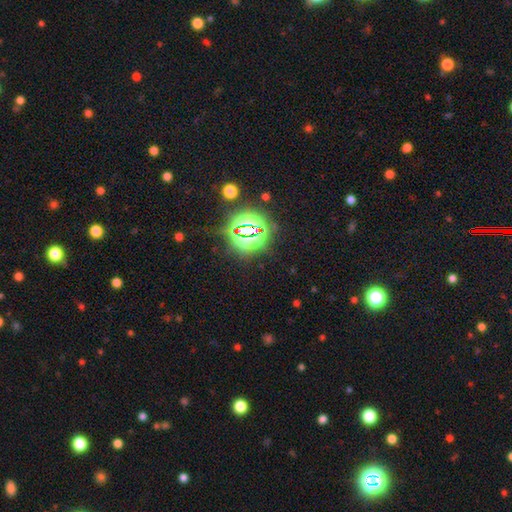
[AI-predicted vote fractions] The model was most divided on "smooth or featured": star or artifact: 84%, smooth: 11%, featured or disk: 6%.